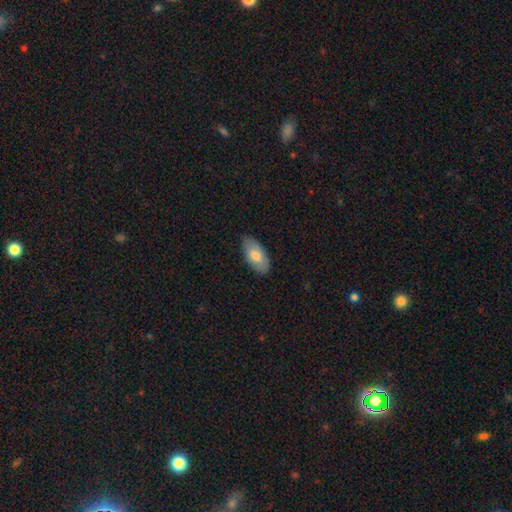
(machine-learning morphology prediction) This is likely a smooth galaxy (72%). How rounded: clearly in between (94%). Merging: likely none (78%).